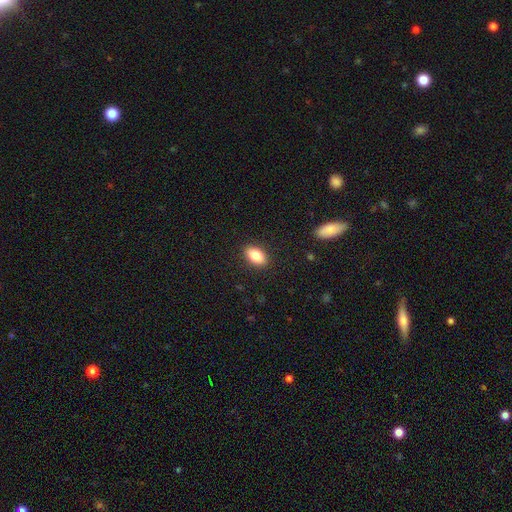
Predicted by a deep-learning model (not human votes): Smooth or featured?
  - smooth: 82% *
  - featured or disk: 11%
  - star or artifact: 8%
How rounded?
  - in between: 90% *
  - round: 7%
  - cigar-shaped: 3%
Merging?
  - none: 89% *
  - minor disturbance: 8%
  - major disturbance: 2%
  - merger: 1%